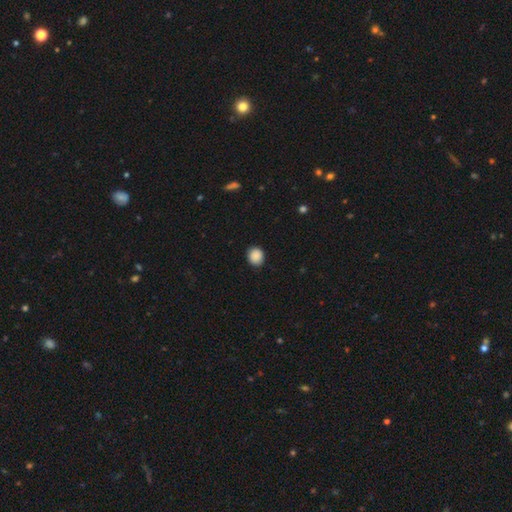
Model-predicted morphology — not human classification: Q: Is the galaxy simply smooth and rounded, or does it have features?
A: smooth — 89%.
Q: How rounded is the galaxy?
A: round — 78%.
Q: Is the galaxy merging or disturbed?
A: none — 90%.